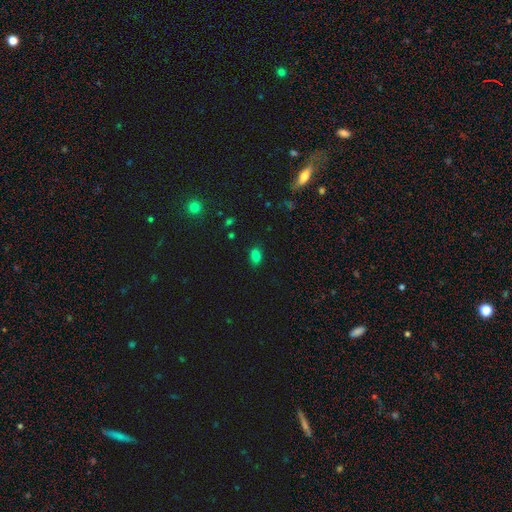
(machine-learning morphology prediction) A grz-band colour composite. It shows a smooth galaxy with no disk features (78%) that is in between round and cigar-shaped (83%). Merging: none (81%).